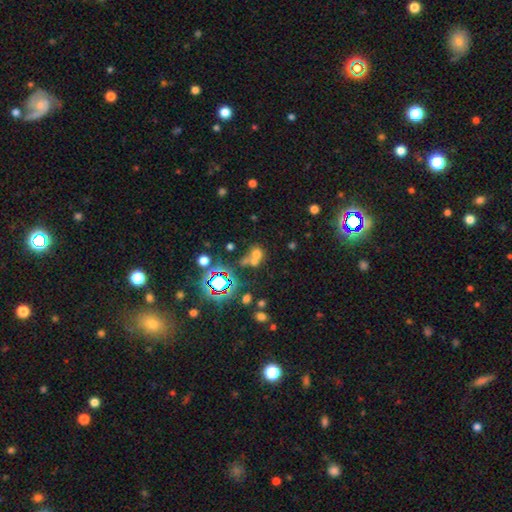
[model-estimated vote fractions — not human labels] A smooth galaxy with no disk features (55%) that is round (75%).

Vote fractions:
- Smooth or featured? smooth: 55% / star or artifact: 30% / featured or disk: 15%
- How rounded? round: 75% / in between: 23% / cigar-shaped: 2%
- Merging? merger: 49% / none: 38% / minor disturbance: 8% / major disturbance: 5%